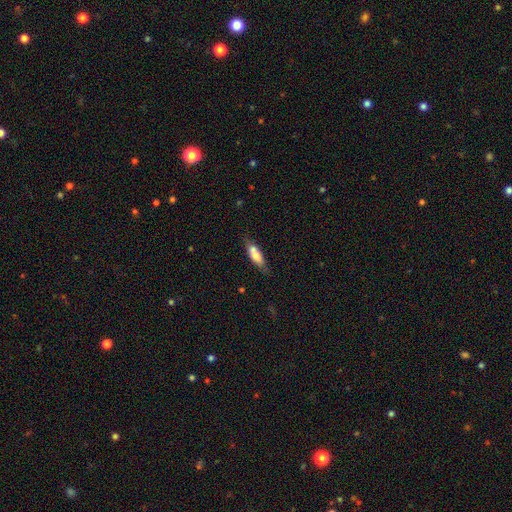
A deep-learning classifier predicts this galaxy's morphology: This appears to be a smooth galaxy with no disk features (68%) that is in between round and cigar-shaped (53%). Merging: none (57%).